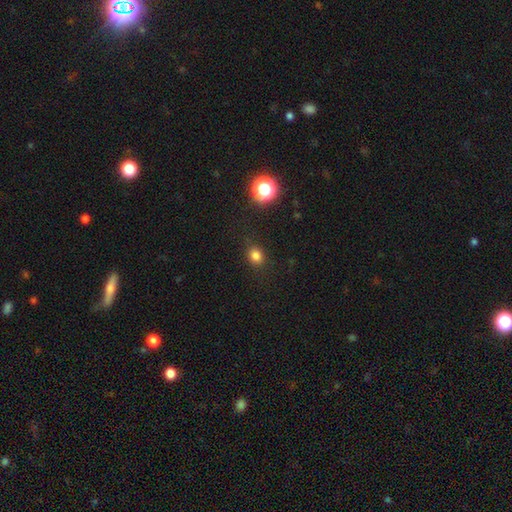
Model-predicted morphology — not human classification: A smooth galaxy with no disk features (80%) that is round (72%).

Vote fractions:
- Smooth or featured? smooth: 80% / star or artifact: 15% / featured or disk: 5%
- How rounded? round: 72% / in between: 27% / cigar-shaped: 1%
- Merging? none: 84% / minor disturbance: 11% / major disturbance: 4% / merger: 1%